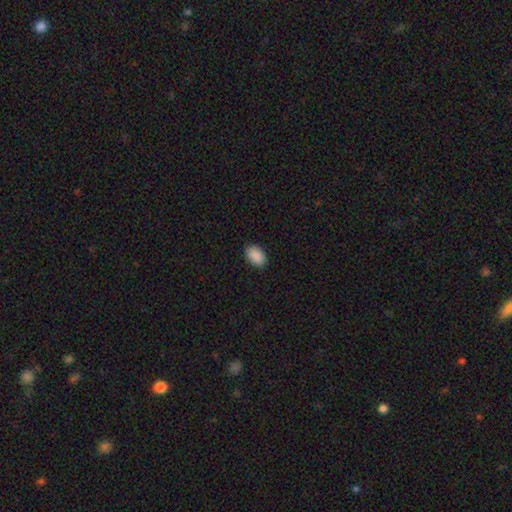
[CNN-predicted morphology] A smooth galaxy with no disk features (91%) that is in between round and cigar-shaped (90%).

Vote fractions:
- Smooth or featured? smooth: 91% / star or artifact: 7% / featured or disk: 2%
- How rounded? in between: 90% / round: 9% / cigar-shaped: 1%
- Merging? none: 89% / minor disturbance: 9% / major disturbance: 2% / merger: 1%